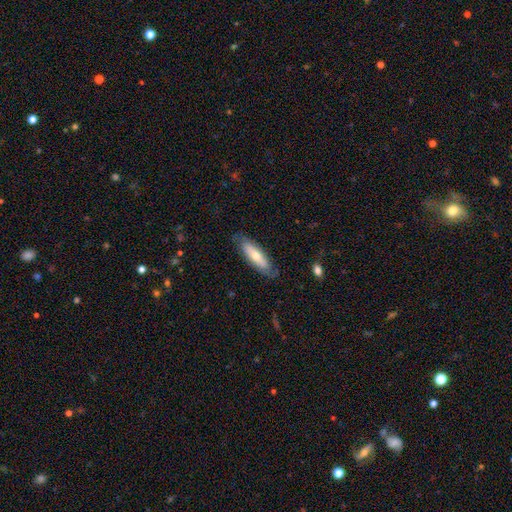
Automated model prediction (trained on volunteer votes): Smooth or featured? Predicted: smooth (p=0.57). How rounded? Predicted: cigar-shaped (p=0.53). Merging? Predicted: none (p=0.79).